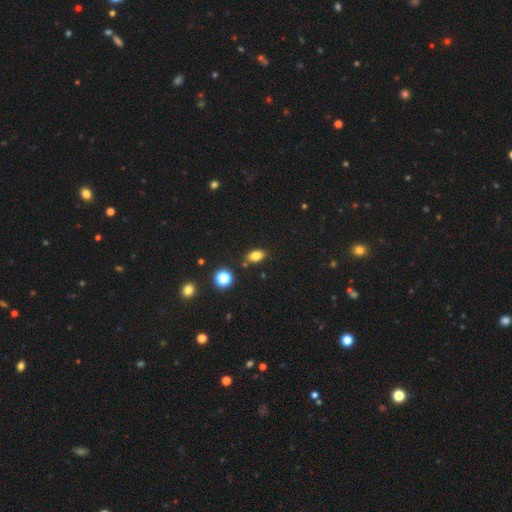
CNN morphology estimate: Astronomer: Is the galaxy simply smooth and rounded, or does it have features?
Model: smooth — 80%.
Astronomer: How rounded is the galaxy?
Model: in between — 85%.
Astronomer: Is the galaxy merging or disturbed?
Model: none — 83%.